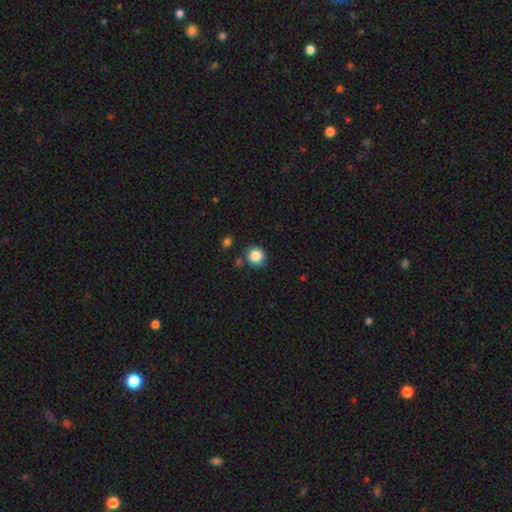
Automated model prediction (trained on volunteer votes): The model was most divided on "merging": none: 80%, minor disturbance: 12%, merger: 5%, major disturbance: 3%. More confident: how rounded — round (88%); smooth or featured — smooth (86%).